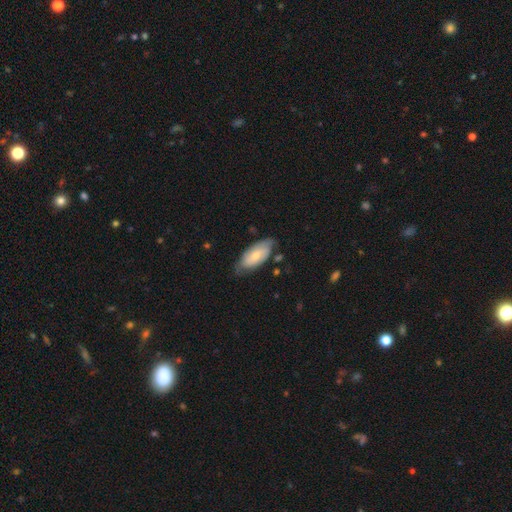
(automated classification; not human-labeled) A smooth galaxy with no disk features (48%). Merging: none (65%).